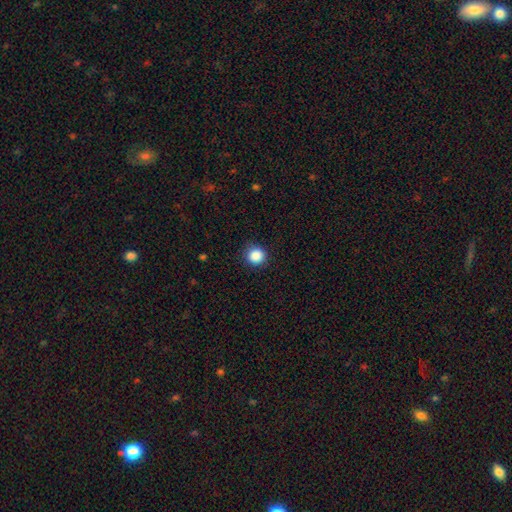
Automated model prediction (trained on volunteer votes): Smooth or featured?
  - smooth: 87% *
  - star or artifact: 10%
  - featured or disk: 3%
How rounded?
  - round: 92% *
  - in between: 7%
  - cigar-shaped: 1%
Merging?
  - none: 88% *
  - minor disturbance: 8%
  - major disturbance: 3%
  - merger: 1%